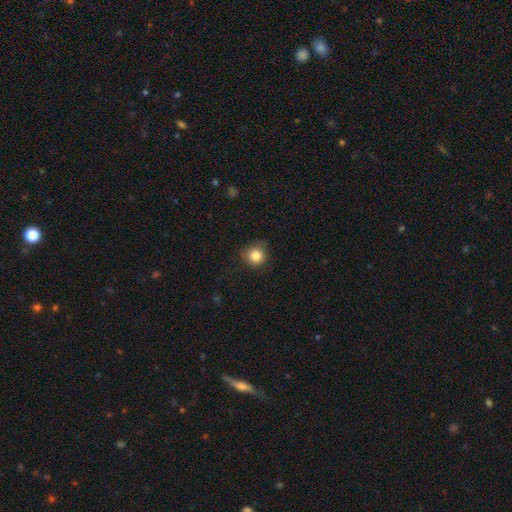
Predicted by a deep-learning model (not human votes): A smooth galaxy with no disk features (84%) that is round (90%).

Vote fractions:
- Smooth or featured? smooth: 84% / star or artifact: 10% / featured or disk: 6%
- How rounded? round: 90% / in between: 10% / cigar-shaped: 1%
- Merging? none: 77% / minor disturbance: 18% / major disturbance: 4% / merger: 1%